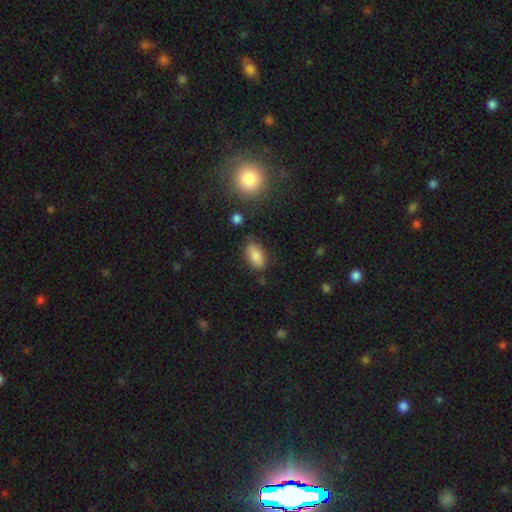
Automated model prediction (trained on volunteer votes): Overall: smooth (82%). How rounded: in between (91%). Merging: none (79%).